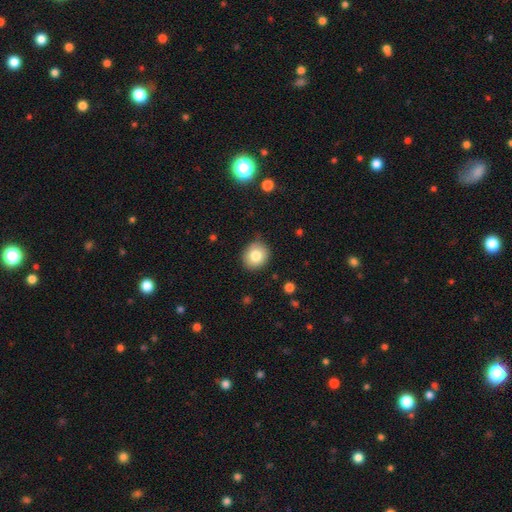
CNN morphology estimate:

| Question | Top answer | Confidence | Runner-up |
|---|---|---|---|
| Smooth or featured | smooth | 81% | featured or disk (10%) |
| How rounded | round | 78% | in between (21%) |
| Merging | none | 83% | minor disturbance (13%) |